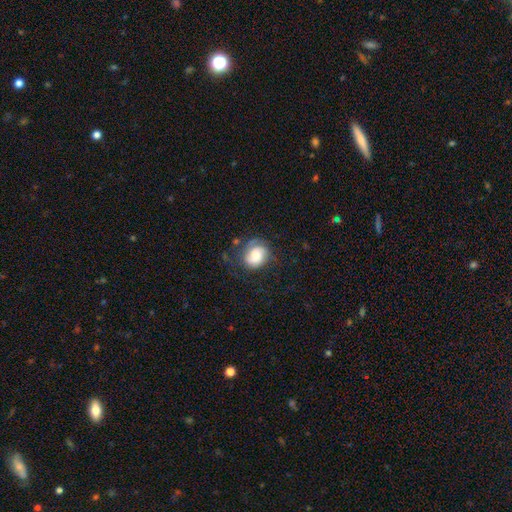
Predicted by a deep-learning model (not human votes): Overall: smooth (57%; featured or disk 34%). How rounded: round (58%; in between 42%). Merging: none (51%; minor disturbance 27%).